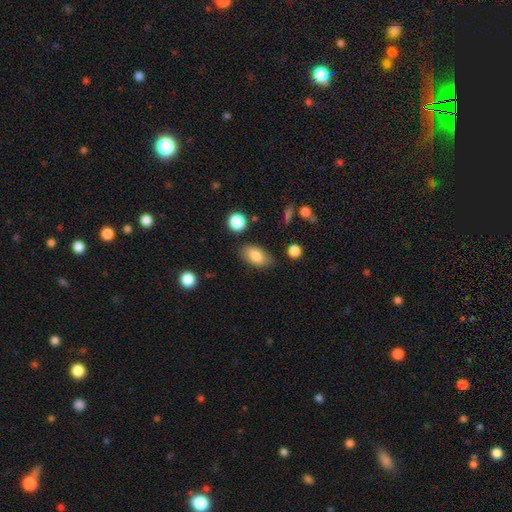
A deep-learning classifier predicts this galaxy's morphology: A smooth galaxy with no disk features (81%) that is in between round and cigar-shaped (92%).

Vote fractions:
- Smooth or featured? smooth: 81% / featured or disk: 12% / star or artifact: 7%
- How rounded? in between: 92% / round: 6% / cigar-shaped: 3%
- Merging? none: 79% / minor disturbance: 15% / major disturbance: 4% / merger: 3%